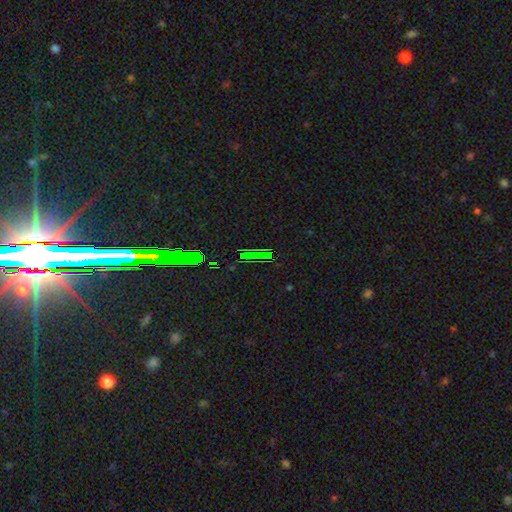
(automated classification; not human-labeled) Smooth or featured? Predicted: star or artifact (p=0.70).